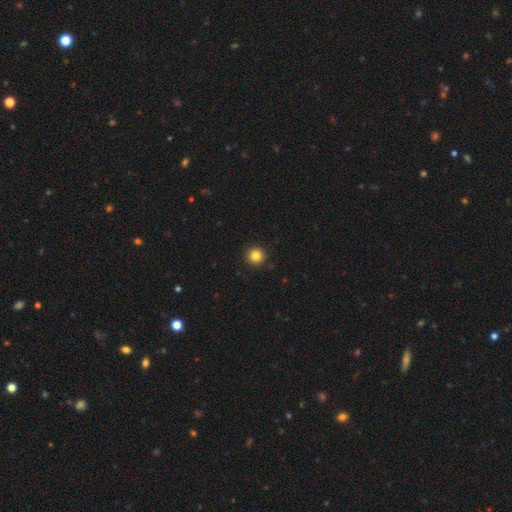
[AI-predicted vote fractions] smooth-or-featured: smooth: 84% | star or artifact: 11% | featured or disk: 5%
  how-rounded: round: 96% | in between: 3% | cigar-shaped: 1%
  merging: none: 92% | minor disturbance: 5% | major disturbance: 2% | merger: 1%